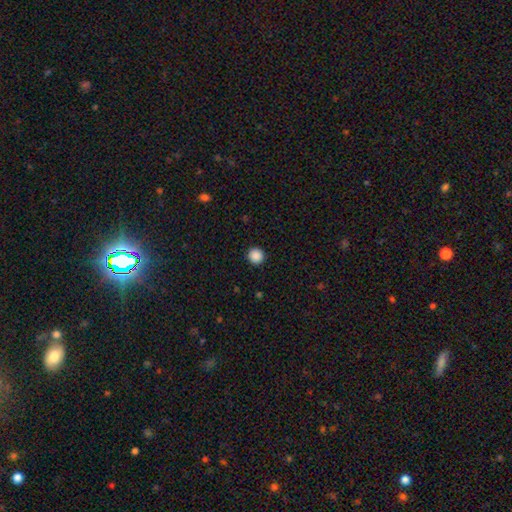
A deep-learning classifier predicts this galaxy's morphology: This appears to be a smooth galaxy with no disk features (88%) that is round (94%). Merging: none (93%).